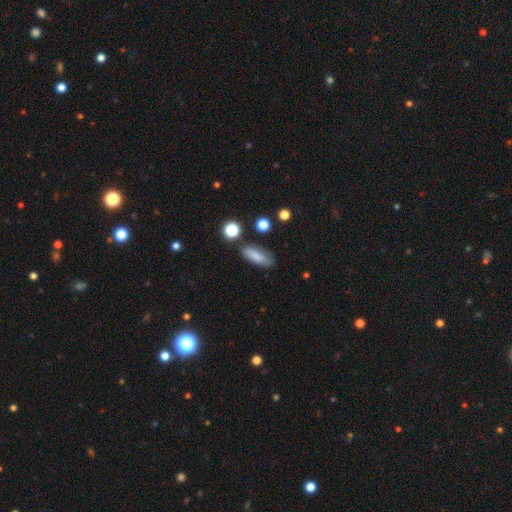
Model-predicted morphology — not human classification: Smooth or featured? Predicted: smooth (p=0.80). How rounded? Predicted: in between (p=0.59). Merging? Predicted: none (p=0.74).